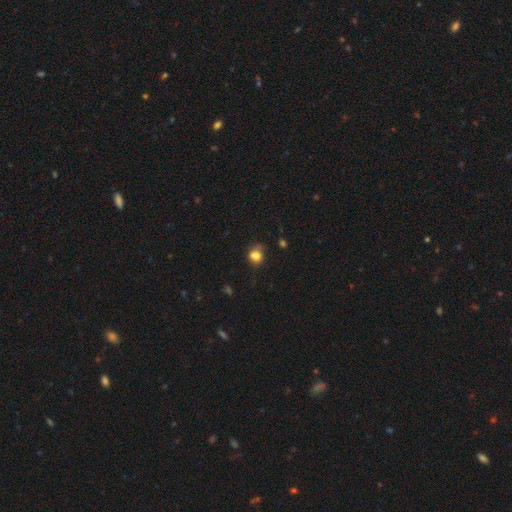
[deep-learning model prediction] Overall: smooth (78%). How rounded: round (64%; in between 35%). Merging: none (51%; minor disturbance 29%).